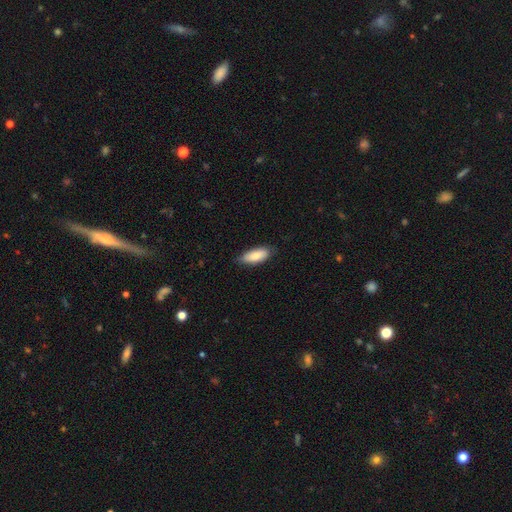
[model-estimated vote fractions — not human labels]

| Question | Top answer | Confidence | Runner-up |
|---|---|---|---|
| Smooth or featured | smooth | 83% | featured or disk (11%) |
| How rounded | in between | 78% | cigar-shaped (20%) |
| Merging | none | 78% | minor disturbance (18%) |